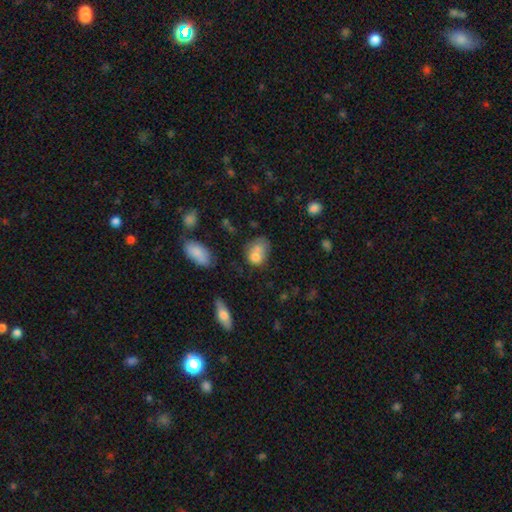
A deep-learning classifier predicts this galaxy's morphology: type=smooth (72%); roundness=in between (66%); merging=merger (34%).